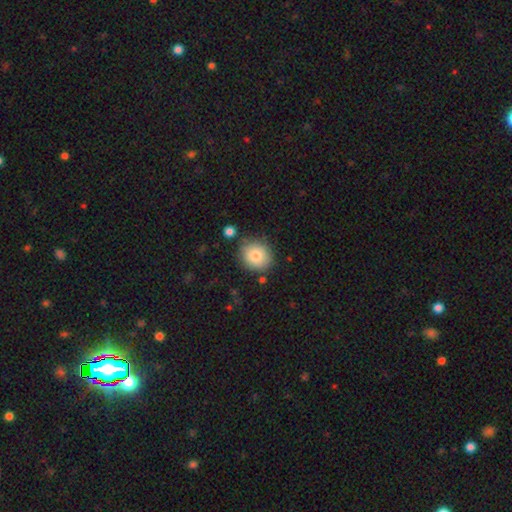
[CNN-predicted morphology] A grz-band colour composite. It shows a smooth galaxy with no disk features (81%) that is round (79%). Merging: none (81%).